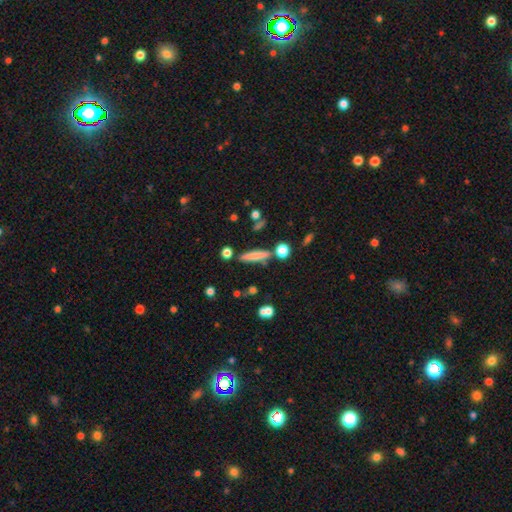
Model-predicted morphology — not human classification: smooth-or-featured: smooth: 73% | featured or disk: 19% | star or artifact: 8%
  how-rounded: cigar-shaped: 82% | in between: 15% | round: 3%
  merging: none: 77% | minor disturbance: 12% | merger: 8% | major disturbance: 3%